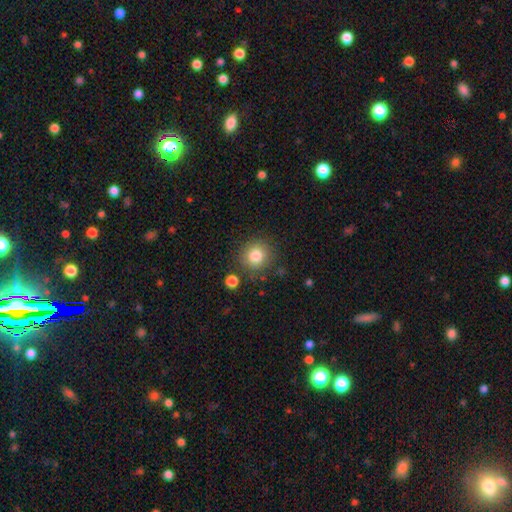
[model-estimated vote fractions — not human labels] smooth-or-featured: smooth: 82% | star or artifact: 11% | featured or disk: 7%
  how-rounded: round: 90% | in between: 9% | cigar-shaped: 1%
  merging: none: 83% | minor disturbance: 10% | merger: 4% | major disturbance: 3%